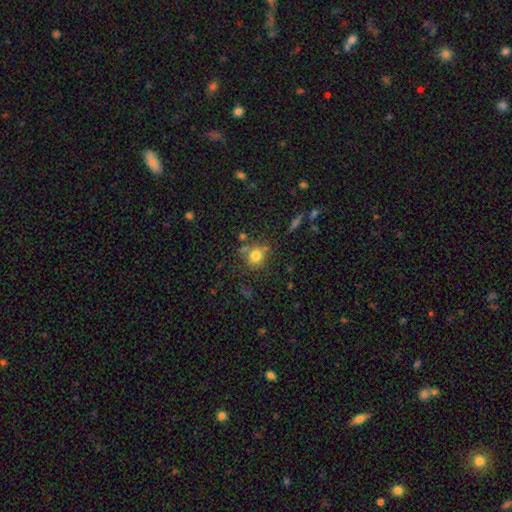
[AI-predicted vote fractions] Q: Smooth or featured?
A: smooth (78%); runner-up: star or artifact (13%)
Q: How rounded?
A: round (88%); runner-up: in between (11%)
Q: Merging?
A: none (71%); runner-up: minor disturbance (13%)